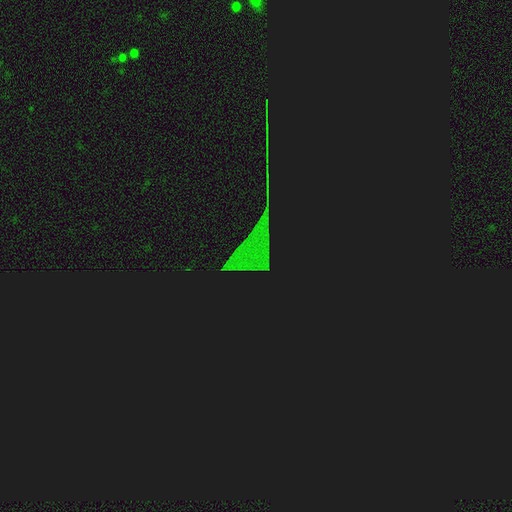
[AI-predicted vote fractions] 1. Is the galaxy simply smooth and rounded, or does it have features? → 84% star or artifact, 9% smooth, 7% featured or disk.